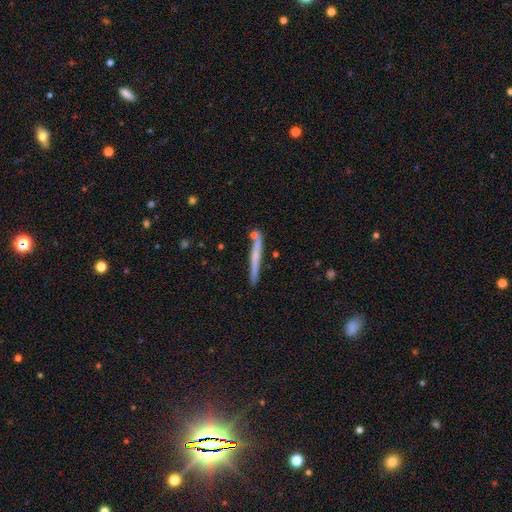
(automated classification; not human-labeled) Smooth or featured: smooth — 52% (featured or disk — 41%)
How rounded: cigar-shaped — 96% (in between — 2%)
Merging: none — 80% (minor disturbance — 11%)